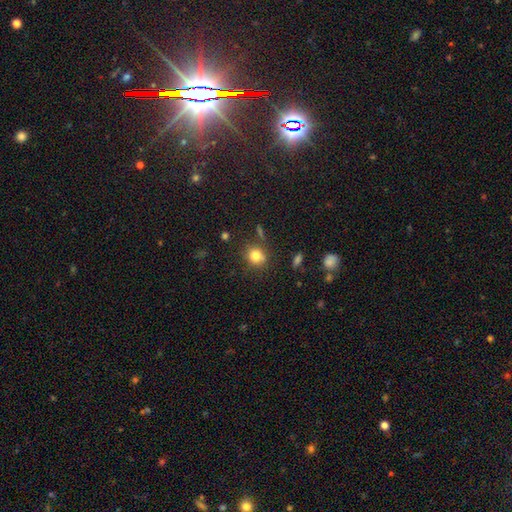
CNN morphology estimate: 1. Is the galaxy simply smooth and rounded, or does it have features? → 80% smooth, 12% star or artifact, 7% featured or disk.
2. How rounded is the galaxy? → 79% round, 20% in between, 1% cigar-shaped.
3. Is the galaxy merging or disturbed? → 78% none, 13% minor disturbance, 5% merger, 4% major disturbance.